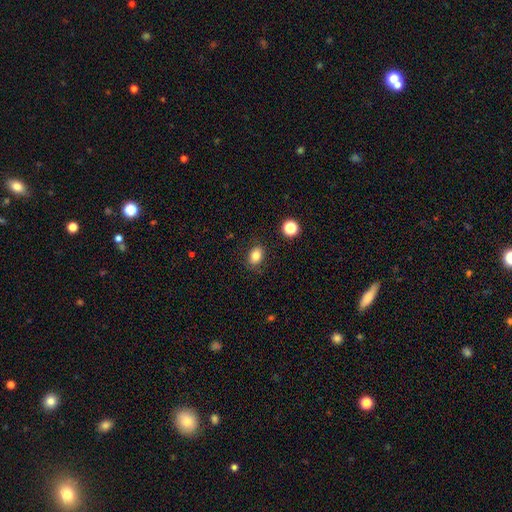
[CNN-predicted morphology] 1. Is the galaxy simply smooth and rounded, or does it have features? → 81% smooth, 10% star or artifact, 9% featured or disk.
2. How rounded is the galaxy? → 73% in between, 26% round, 1% cigar-shaped.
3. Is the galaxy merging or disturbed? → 83% none, 12% minor disturbance, 3% major disturbance, 2% merger.